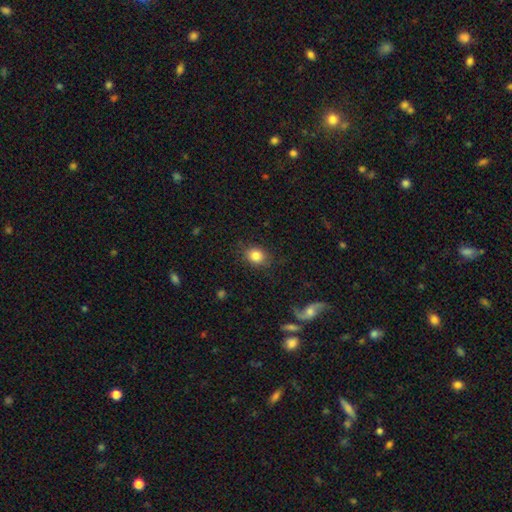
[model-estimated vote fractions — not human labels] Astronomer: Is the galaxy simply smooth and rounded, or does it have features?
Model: smooth — 83%.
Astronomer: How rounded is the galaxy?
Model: round — 59% (runner-up: in between, 40%).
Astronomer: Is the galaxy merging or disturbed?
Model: none — 83%.